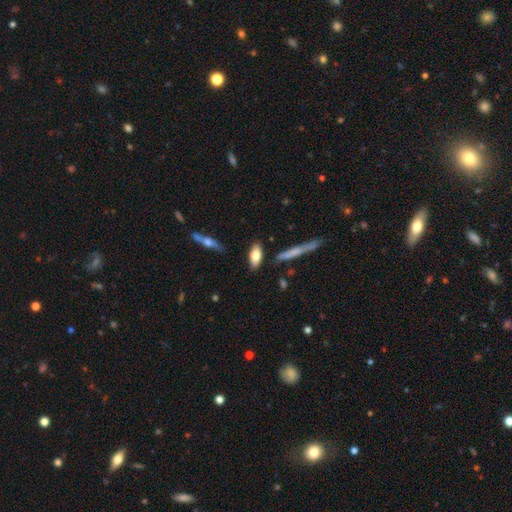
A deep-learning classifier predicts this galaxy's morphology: Smooth or featured? Predicted: smooth (p=0.71). How rounded? Predicted: in between (p=0.78). Merging? Predicted: none (p=0.82).